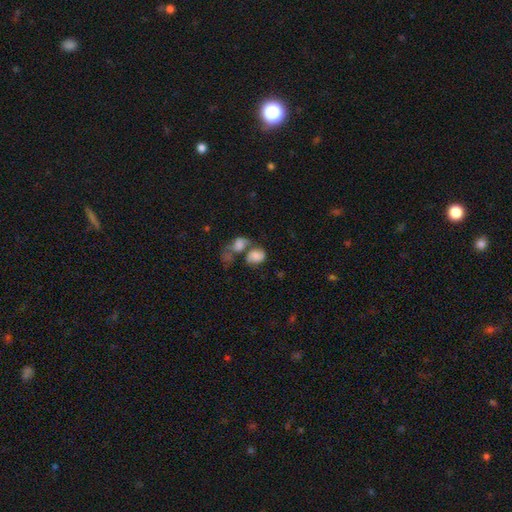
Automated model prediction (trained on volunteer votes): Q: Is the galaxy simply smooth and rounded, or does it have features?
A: smooth — 68%.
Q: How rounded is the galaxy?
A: in between — 65%.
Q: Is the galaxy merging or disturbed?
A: merger — 55%.